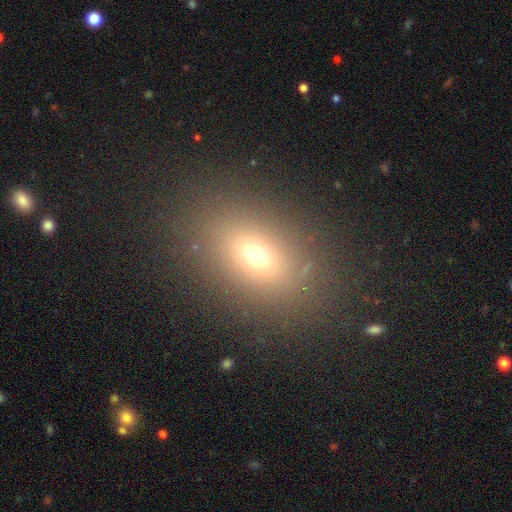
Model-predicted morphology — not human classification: smooth 66%, star or artifact 19%, featured or disk 15%. Down the decision tree: how rounded — in between (72%); merging — none (84%).